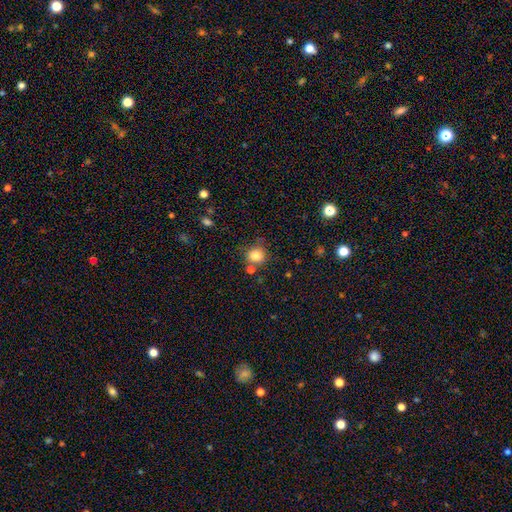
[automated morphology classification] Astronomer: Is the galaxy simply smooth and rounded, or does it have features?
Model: smooth — 83%.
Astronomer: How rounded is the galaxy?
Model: round — 85%.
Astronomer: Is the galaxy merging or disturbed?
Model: none — 70%.